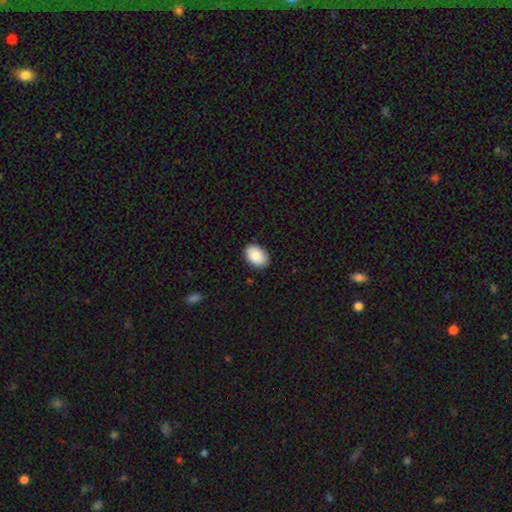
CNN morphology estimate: This appears to be a smooth galaxy with no disk features (87%) that is in between round and cigar-shaped (85%). Merging: none (88%).